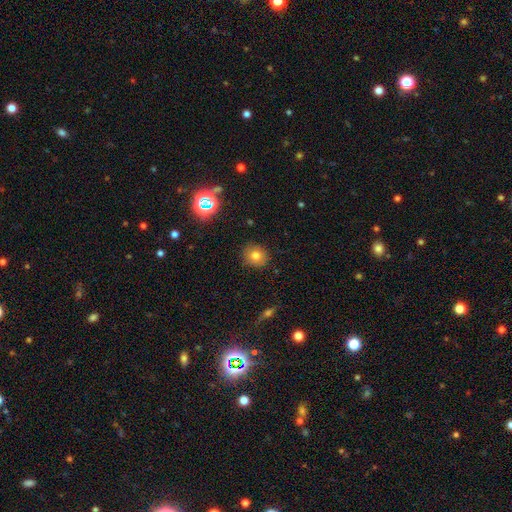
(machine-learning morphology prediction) The model was most divided on "smooth or featured": smooth: 75%, star or artifact: 15%, featured or disk: 10%. More confident: merging — none (88%); how rounded — round (82%).